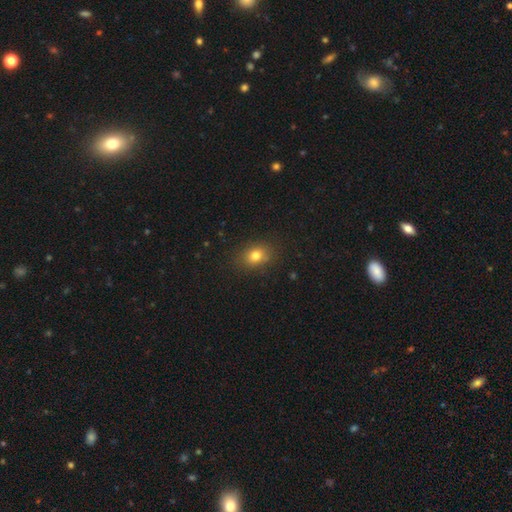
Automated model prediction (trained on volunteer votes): Smooth or featured? smooth (78%)
How rounded? in between (61%)
Merging? none (83%)